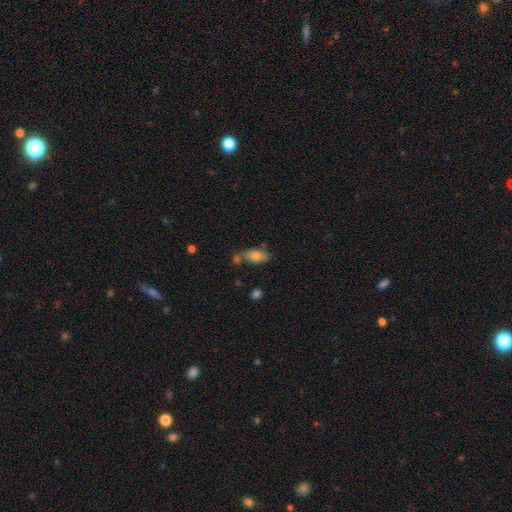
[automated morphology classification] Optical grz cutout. It shows a smooth galaxy with no disk features (74%) that is in between round and cigar-shaped (77%). Merging: none (61%).